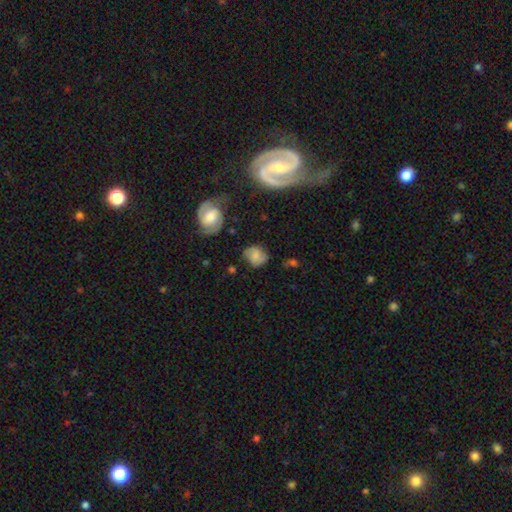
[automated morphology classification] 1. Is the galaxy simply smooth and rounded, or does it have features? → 56% smooth, 34% featured or disk, 10% star or artifact.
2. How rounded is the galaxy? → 66% round, 32% in between, 1% cigar-shaped.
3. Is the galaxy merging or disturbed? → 69% none, 21% minor disturbance, 7% major disturbance, 3% merger.